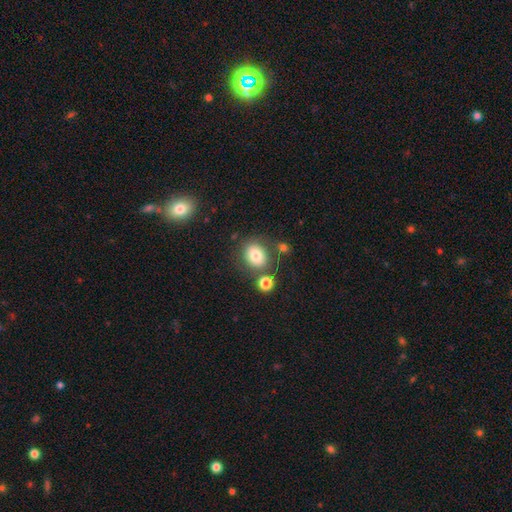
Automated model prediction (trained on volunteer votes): smooth-or-featured: smooth: 78% | featured or disk: 11% | star or artifact: 11%
  how-rounded: round: 59% | in between: 40% | cigar-shaped: 1%
  merging: none: 69% | minor disturbance: 13% | merger: 13% | major disturbance: 5%